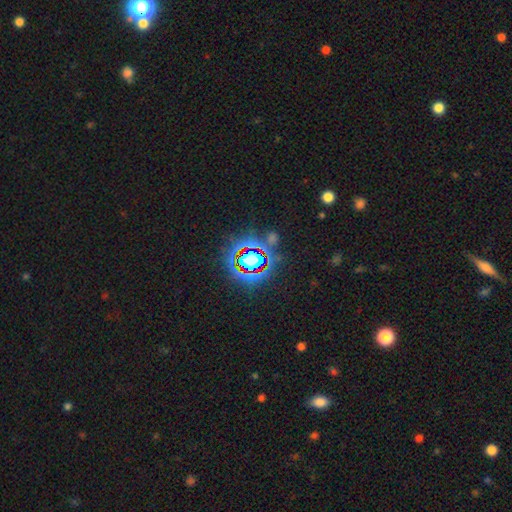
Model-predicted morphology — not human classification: The model was most divided on "smooth or featured": star or artifact: 83%, smooth: 10%, featured or disk: 7%.